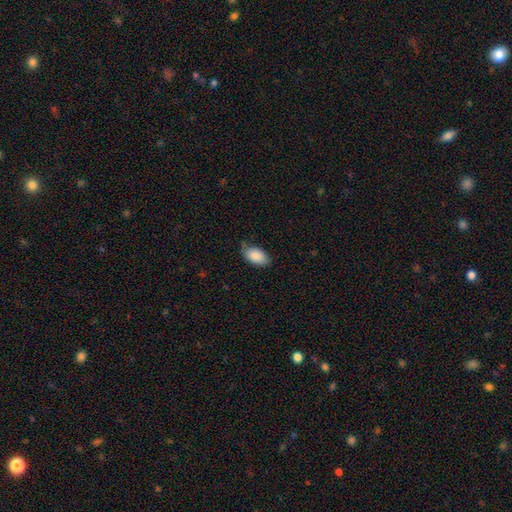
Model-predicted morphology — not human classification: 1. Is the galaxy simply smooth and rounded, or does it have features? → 88% smooth, 6% star or artifact, 6% featured or disk.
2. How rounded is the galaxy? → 94% in between, 4% round, 2% cigar-shaped.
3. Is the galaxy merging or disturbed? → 68% none, 26% minor disturbance, 5% major disturbance, 1% merger.